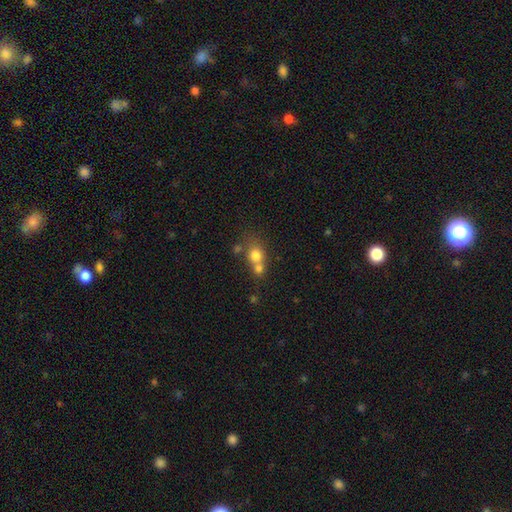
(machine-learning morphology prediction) A smooth galaxy with no disk features (74%) that is round (71%). Merging: merger (56%).